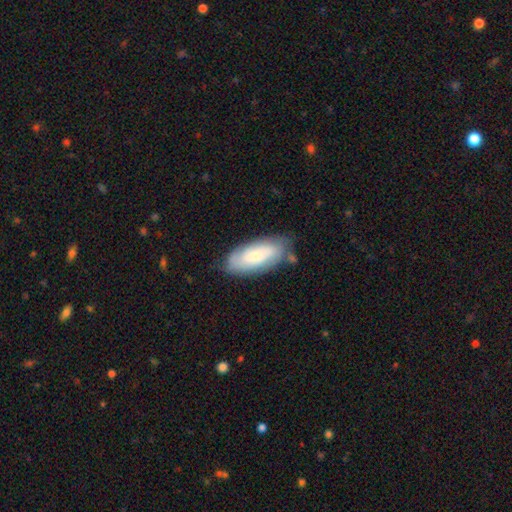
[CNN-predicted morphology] type=smooth (59%); roundness=in between (83%); merging=none (72%).